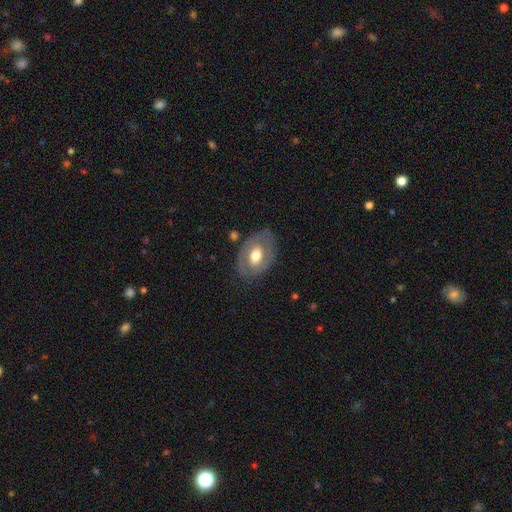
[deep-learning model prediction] smooth 48%, featured or disk 45%, star or artifact 6%. Down the decision tree: merging — none (74%).